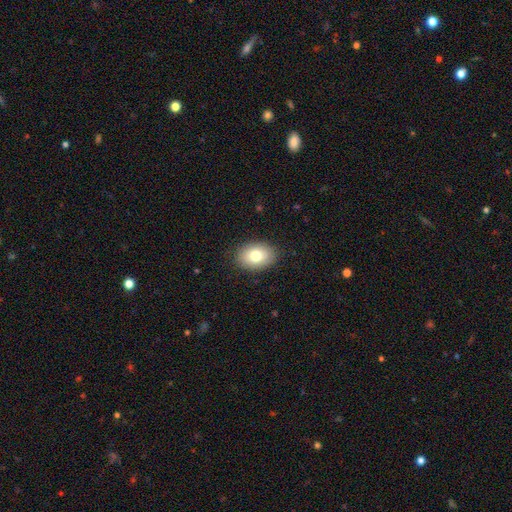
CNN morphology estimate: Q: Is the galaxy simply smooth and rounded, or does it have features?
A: smooth — 79%.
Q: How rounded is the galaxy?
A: in between — 80%.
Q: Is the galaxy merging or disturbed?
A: none — 88%.